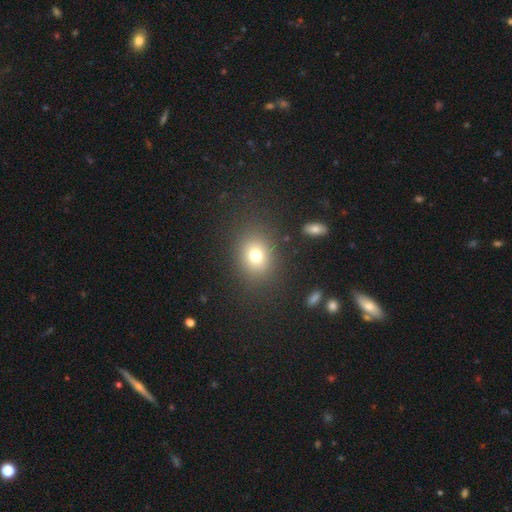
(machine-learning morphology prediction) smooth_or_featured: smooth (p=0.75) [alt: star or artifact p=0.14]
how_rounded: round (p=0.54) [alt: in between p=0.45]
merging: none (p=0.83) [alt: minor disturbance p=0.10]